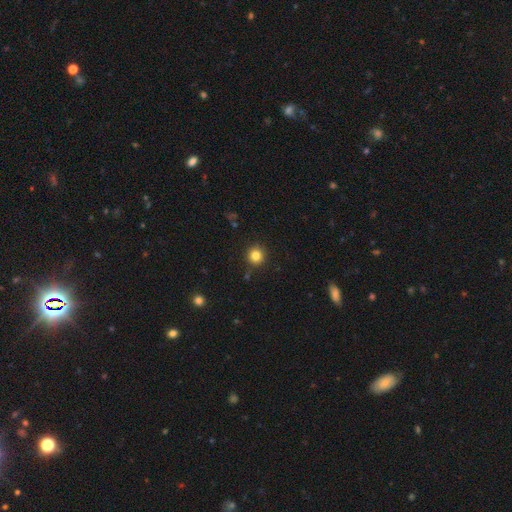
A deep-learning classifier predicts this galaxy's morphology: Smooth or featured? Predicted: smooth (p=0.83). How rounded? Predicted: round (p=0.94). Merging? Predicted: none (p=0.89).